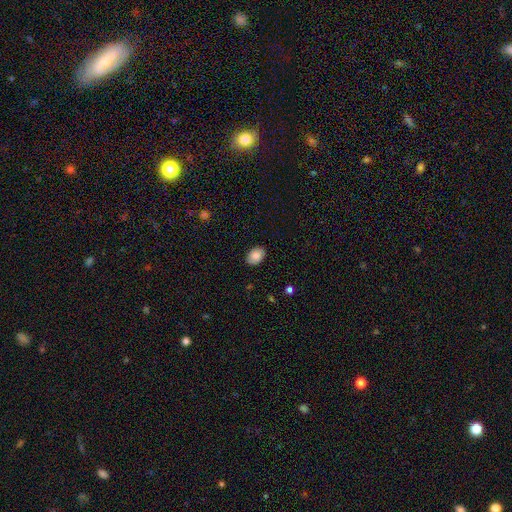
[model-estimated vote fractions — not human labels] Smooth or featured? Predicted: smooth (p=0.81). How rounded? Predicted: in between (p=0.79). Merging? Predicted: none (p=0.88).